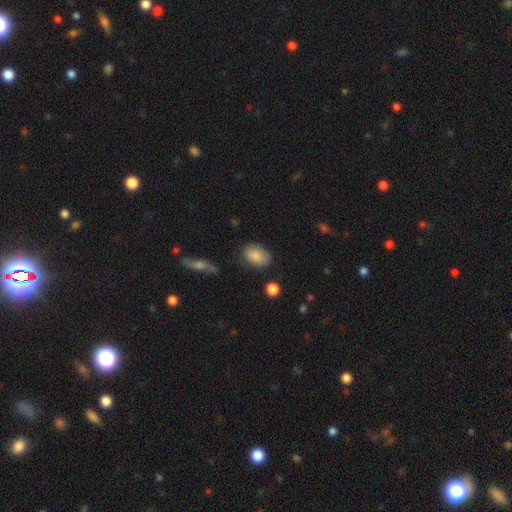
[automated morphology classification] smooth-or-featured: smooth: 88% | star or artifact: 7% | featured or disk: 6%
  how-rounded: in between: 86% | round: 12% | cigar-shaped: 2%
  merging: none: 79% | minor disturbance: 15% | major disturbance: 4% | merger: 2%